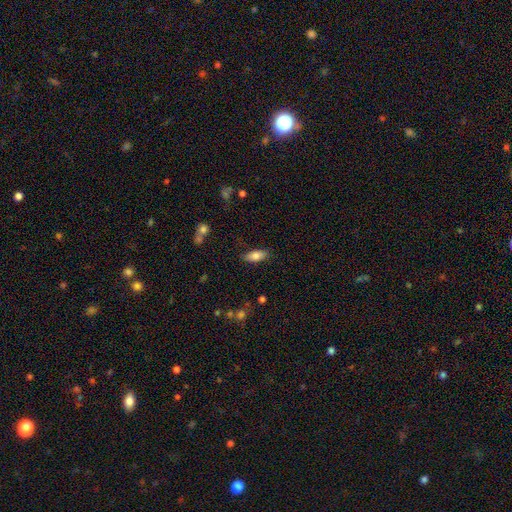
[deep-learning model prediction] smooth_or_featured: smooth (p=0.80) [alt: featured or disk p=0.12]
how_rounded: in between (p=0.83) [alt: cigar-shaped p=0.14]
merging: none (p=0.83) [alt: minor disturbance p=0.12]